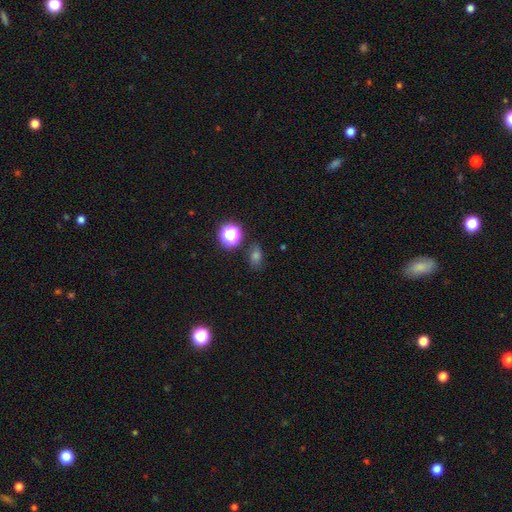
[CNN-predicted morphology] type=smooth (58%); roundness=in between (61%); merging=none (81%).